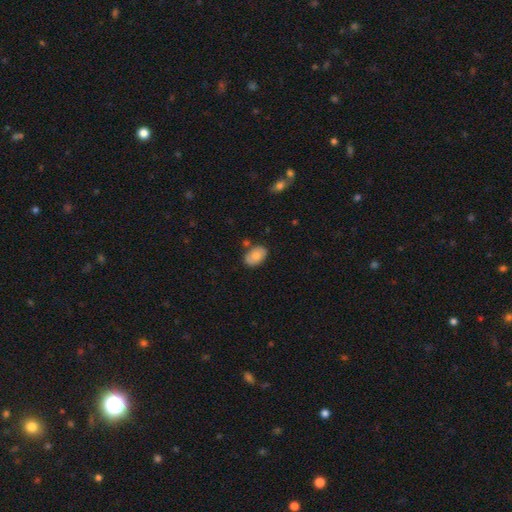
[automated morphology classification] smooth-or-featured: smooth: 75% | featured or disk: 18% | star or artifact: 7%
  how-rounded: in between: 87% | round: 12% | cigar-shaped: 1%
  merging: none: 71% | minor disturbance: 18% | merger: 7% | major disturbance: 4%